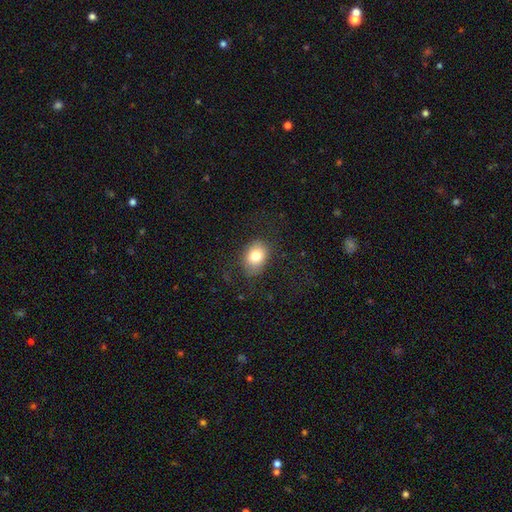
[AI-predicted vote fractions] The model was most divided on "how rounded": in between: 69%, round: 30%, cigar-shaped: 1%. More confident: merging — none (79%); smooth or featured — smooth (79%).